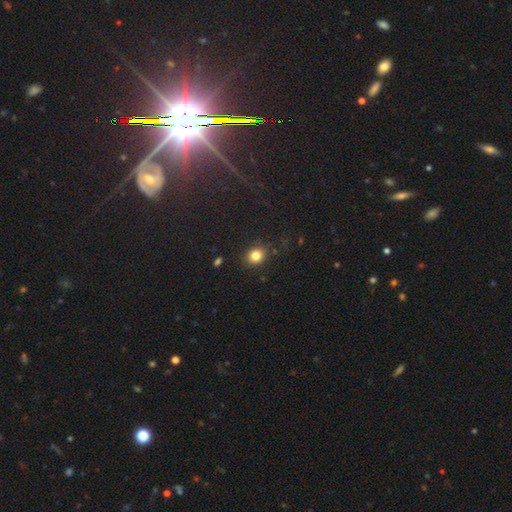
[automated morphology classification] smooth 82%, star or artifact 12%, featured or disk 6%. Down the decision tree: how rounded — round (61%); merging — none (86%).